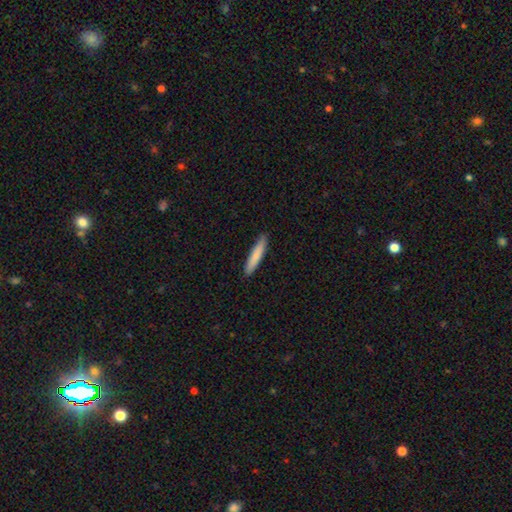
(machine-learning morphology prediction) This is clearly a smooth galaxy (82%). How rounded: clearly cigar-shaped (91%). Merging: clearly none (89%).